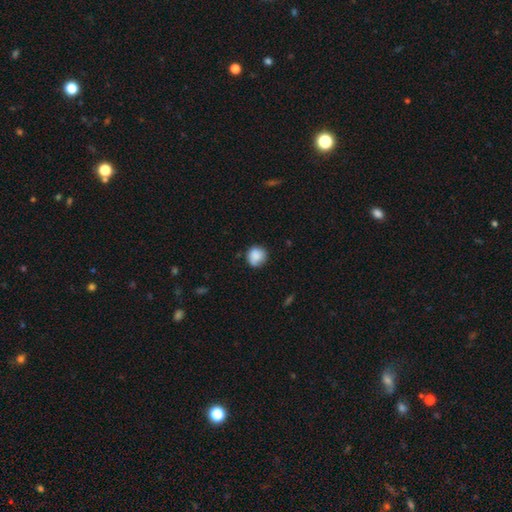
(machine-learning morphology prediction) smooth-or-featured: smooth: 85% | star or artifact: 8% | featured or disk: 7%
  how-rounded: round: 87% | in between: 12% | cigar-shaped: 1%
  merging: none: 73% | minor disturbance: 20% | major disturbance: 4% | merger: 2%